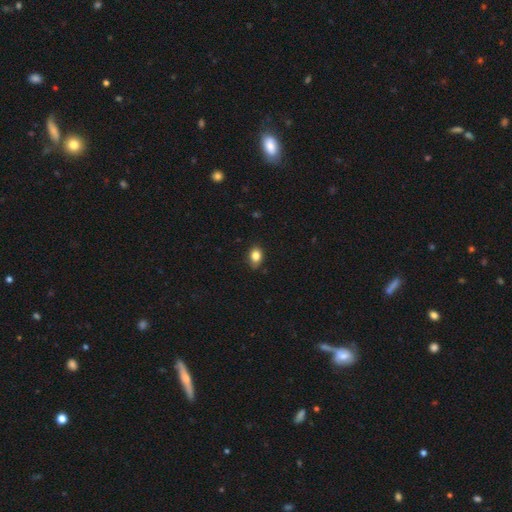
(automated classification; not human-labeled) A smooth galaxy with no disk features (84%) that is in between round and cigar-shaped (68%).

Vote fractions:
- Smooth or featured? smooth: 84% / star or artifact: 10% / featured or disk: 7%
- How rounded? in between: 68% / round: 31% / cigar-shaped: 1%
- Merging? none: 79% / minor disturbance: 18% / major disturbance: 3% / merger: 1%